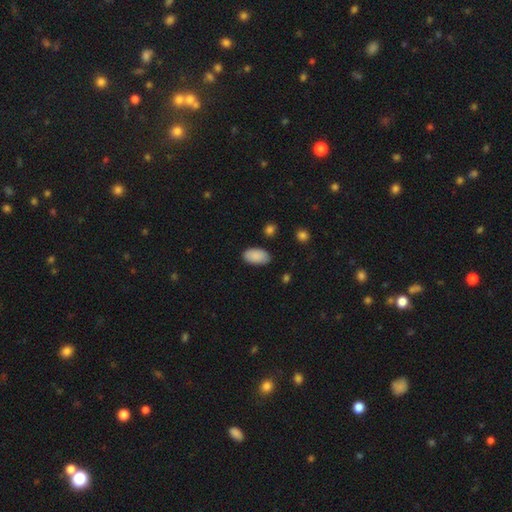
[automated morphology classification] smooth-or-featured: smooth: 89% | star or artifact: 6% | featured or disk: 5%
  how-rounded: in between: 95% | round: 4% | cigar-shaped: 1%
  merging: none: 84% | minor disturbance: 12% | major disturbance: 3% | merger: 2%